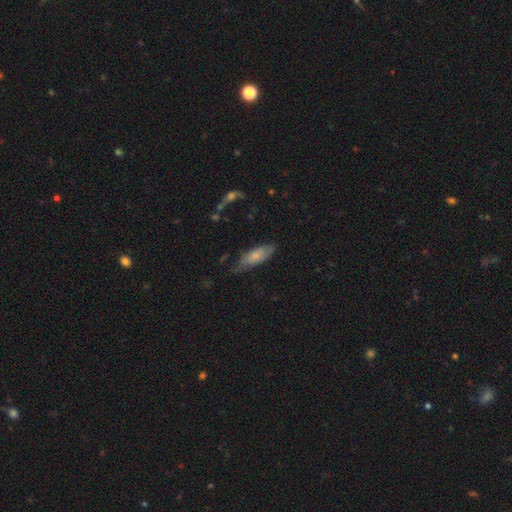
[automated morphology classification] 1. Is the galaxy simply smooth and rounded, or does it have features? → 70% smooth, 24% featured or disk, 6% star or artifact.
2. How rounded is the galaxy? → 70% in between, 28% cigar-shaped, 2% round.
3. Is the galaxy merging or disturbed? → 53% none, 36% minor disturbance, 9% major disturbance, 2% merger.